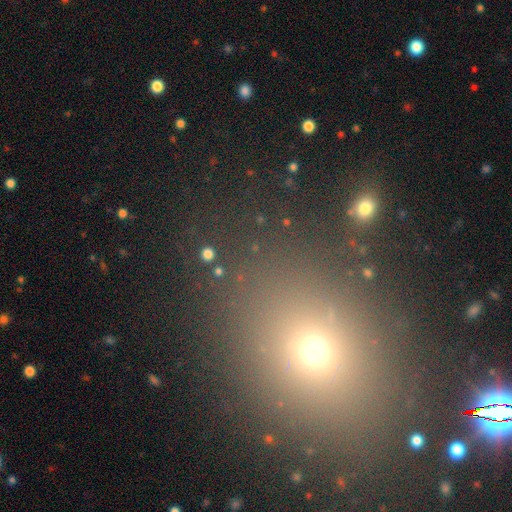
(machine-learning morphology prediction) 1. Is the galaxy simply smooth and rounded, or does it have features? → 51% smooth, 40% star or artifact, 10% featured or disk.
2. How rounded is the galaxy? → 56% round, 42% in between, 2% cigar-shaped.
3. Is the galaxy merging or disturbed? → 84% none, 8% minor disturbance, 4% major disturbance, 4% merger.